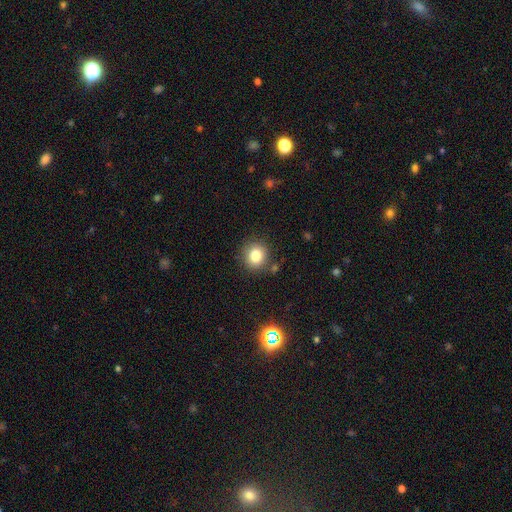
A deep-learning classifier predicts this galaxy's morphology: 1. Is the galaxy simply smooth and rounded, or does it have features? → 81% smooth, 12% star or artifact, 7% featured or disk.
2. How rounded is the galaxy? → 84% round, 15% in between, 1% cigar-shaped.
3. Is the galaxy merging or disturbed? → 84% none, 10% minor disturbance, 4% merger, 3% major disturbance.